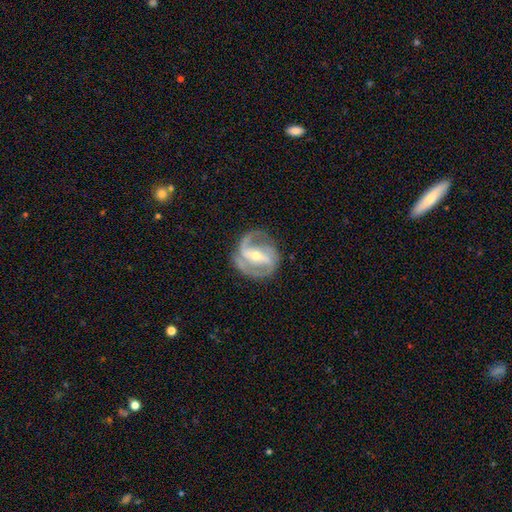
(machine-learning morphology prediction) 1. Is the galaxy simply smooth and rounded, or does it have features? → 88% featured or disk, 7% smooth, 5% star or artifact.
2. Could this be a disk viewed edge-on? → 96% no, 4% yes.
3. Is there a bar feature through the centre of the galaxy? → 61% strong, 27% weak, 12% no.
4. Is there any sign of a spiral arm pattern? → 92% yes, 8% no.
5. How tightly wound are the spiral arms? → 48% medium, 30% tight, 22% loose.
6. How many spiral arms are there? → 78% 2, 7% can't tell, 7% 3, 5% 1, 2% 4, 2% more than 4.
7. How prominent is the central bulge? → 48% moderate (tied), 48% small (tied), 2% large, 1% none, 1% dominant.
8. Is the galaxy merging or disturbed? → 71% none, 17% minor disturbance, 10% major disturbance, 2% merger.